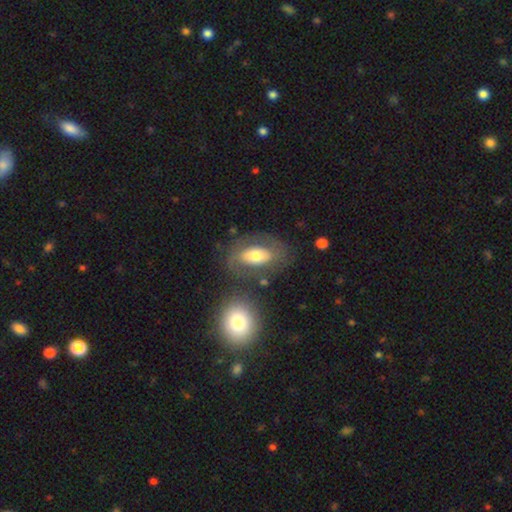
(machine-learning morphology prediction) A smooth galaxy with no disk features (48%). Merging: none (67%).